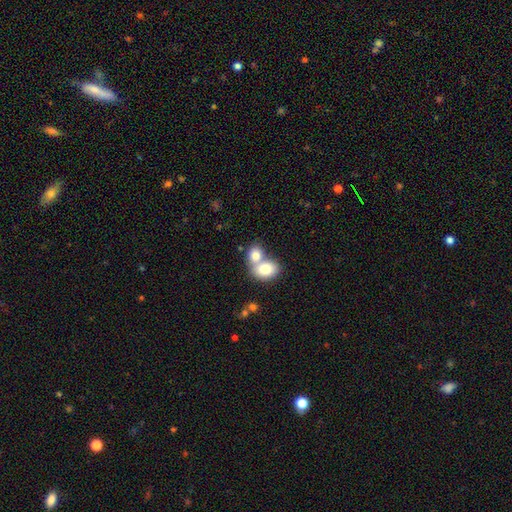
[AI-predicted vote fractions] This is likely a smooth galaxy (79%). How rounded: likely in between (61%). Merging: likely merger (68%).